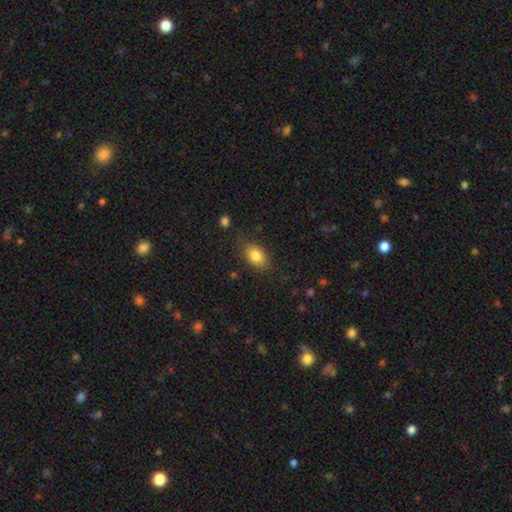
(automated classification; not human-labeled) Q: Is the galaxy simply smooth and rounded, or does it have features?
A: smooth — 83%.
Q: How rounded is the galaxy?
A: in between — 85%.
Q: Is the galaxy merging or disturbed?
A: none — 79%.